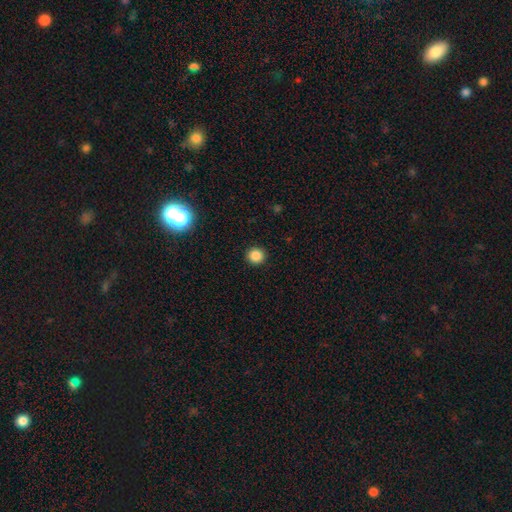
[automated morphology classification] type=smooth (86%); roundness=round (92%); merging=none (92%).